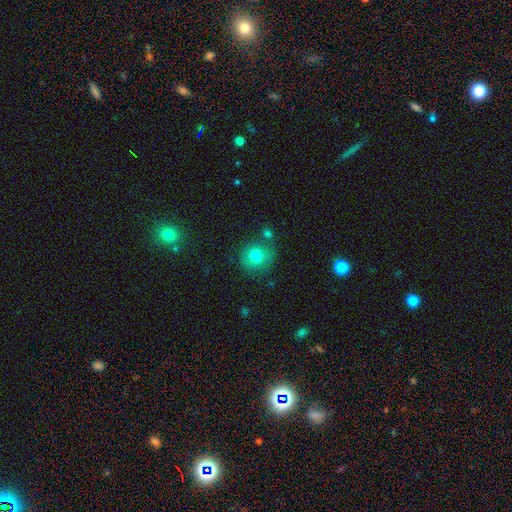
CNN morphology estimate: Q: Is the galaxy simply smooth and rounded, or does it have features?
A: smooth — 77%.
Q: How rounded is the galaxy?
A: round — 85%.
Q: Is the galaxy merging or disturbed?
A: none — 74%.